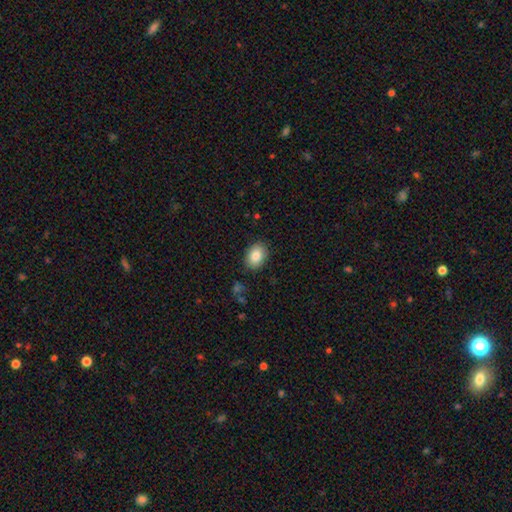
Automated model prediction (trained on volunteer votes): A smooth galaxy with no disk features (85%) that is in between round and cigar-shaped (78%).

Vote fractions:
- Smooth or featured? smooth: 85% / star or artifact: 8% / featured or disk: 8%
- How rounded? in between: 78% / round: 21% / cigar-shaped: 1%
- Merging? none: 86% / minor disturbance: 10% / major disturbance: 2% / merger: 1%